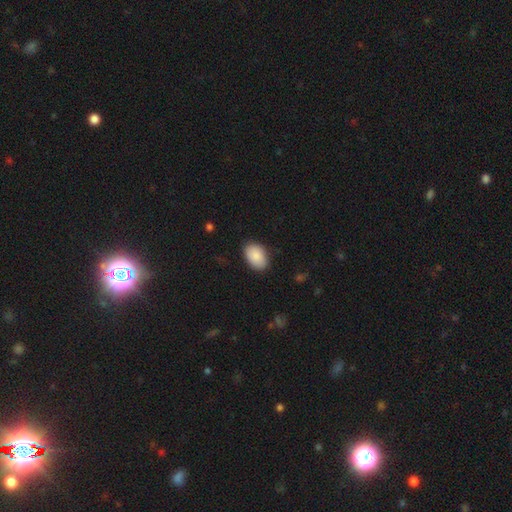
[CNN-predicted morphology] Q: Smooth or featured?
A: smooth (89%); runner-up: star or artifact (6%)
Q: How rounded?
A: in between (89%); runner-up: round (10%)
Q: Merging?
A: none (86%); runner-up: minor disturbance (11%)